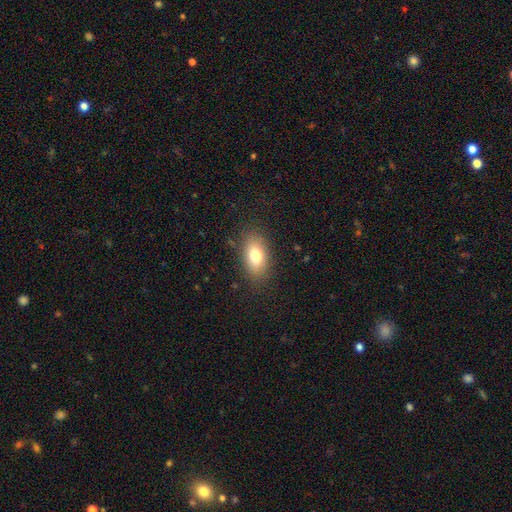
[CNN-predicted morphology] Smooth or featured?
  - smooth: 76% *
  - featured or disk: 15%
  - star or artifact: 9%
How rounded?
  - in between: 87% *
  - round: 7%
  - cigar-shaped: 6%
Merging?
  - none: 84% *
  - minor disturbance: 11%
  - major disturbance: 4%
  - merger: 1%